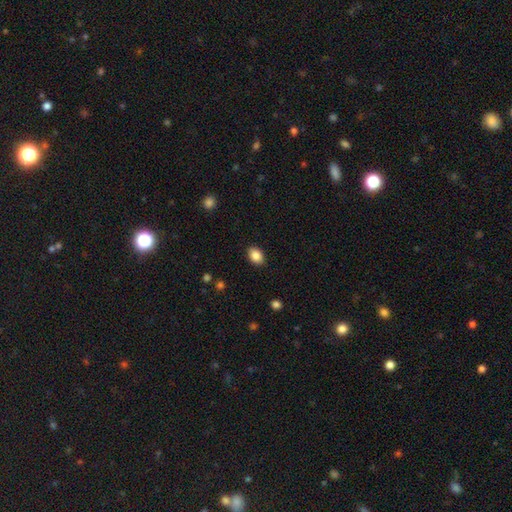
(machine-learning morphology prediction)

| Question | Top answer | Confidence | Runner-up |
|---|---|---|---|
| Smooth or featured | smooth | 86% | star or artifact (8%) |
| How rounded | in between | 77% | round (22%) |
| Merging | none | 88% | minor disturbance (9%) |